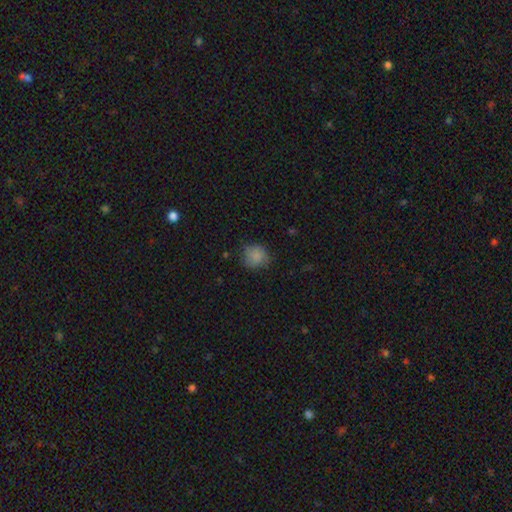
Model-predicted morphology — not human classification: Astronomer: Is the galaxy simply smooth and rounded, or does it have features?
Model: smooth — 82%.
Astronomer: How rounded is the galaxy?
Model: round — 84%.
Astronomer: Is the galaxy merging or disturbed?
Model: none — 71%.